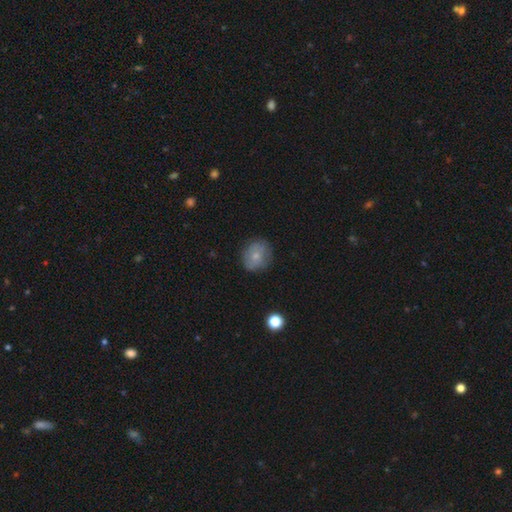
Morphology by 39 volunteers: smooth 72%, featured or disk 21%, star or artifact 8%. Down the decision tree: how rounded — round (96%); merging — none (78%).